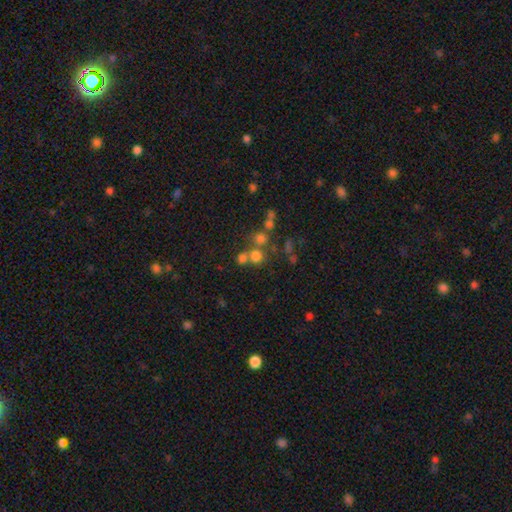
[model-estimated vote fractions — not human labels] smooth 67%, star or artifact 21%, featured or disk 12%. Down the decision tree: how rounded — round (86%); merging — none (55%).